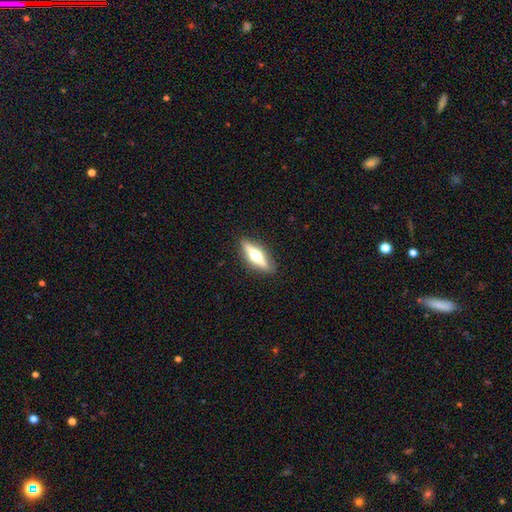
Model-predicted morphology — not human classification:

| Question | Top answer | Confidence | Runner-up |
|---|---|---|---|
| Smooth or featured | featured or disk | 63% | smooth (31%) |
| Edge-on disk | yes | 94% | no (6%) |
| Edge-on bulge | rounded | 95% | boxy (3%) |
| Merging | none | 89% | minor disturbance (8%) |